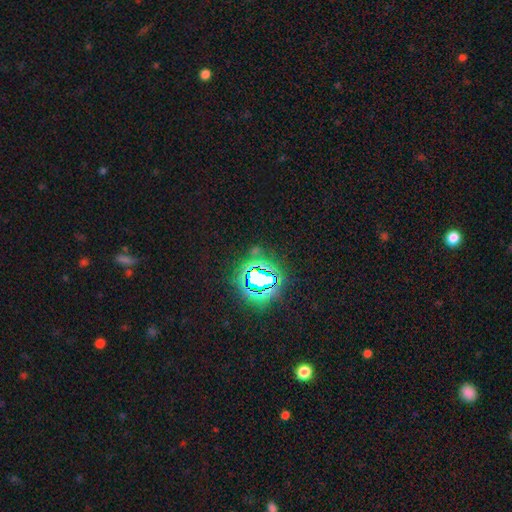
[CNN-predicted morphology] This is likely a star or artifact rather than a galaxy (79%).